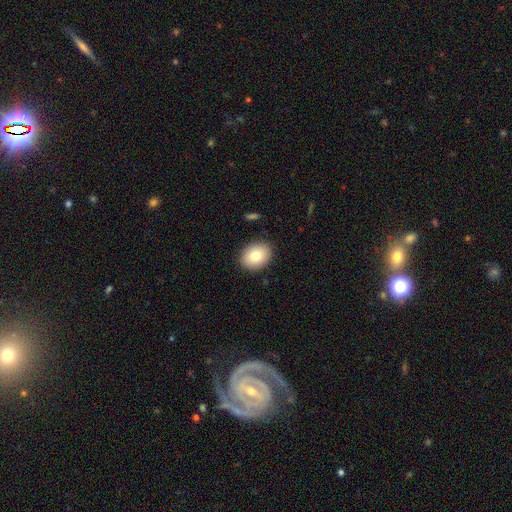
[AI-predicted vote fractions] smooth_or_featured: smooth (p=0.83) [alt: featured or disk p=0.10]
how_rounded: in between (p=0.60) [alt: round p=0.39]
merging: none (p=0.88) [alt: minor disturbance p=0.09]